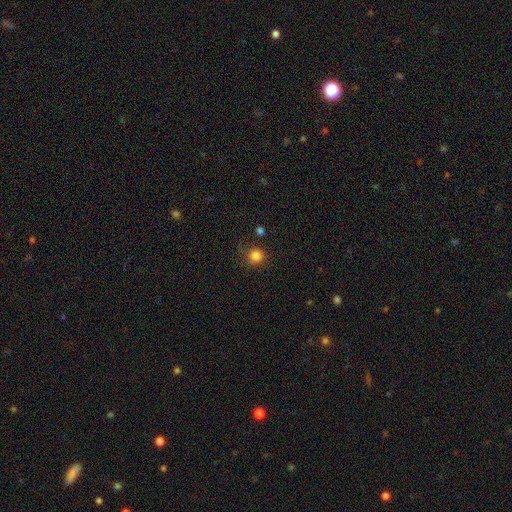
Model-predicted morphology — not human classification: Smooth or featured? Predicted: smooth (p=0.83). How rounded? Predicted: round (p=0.91). Merging? Predicted: none (p=0.74).